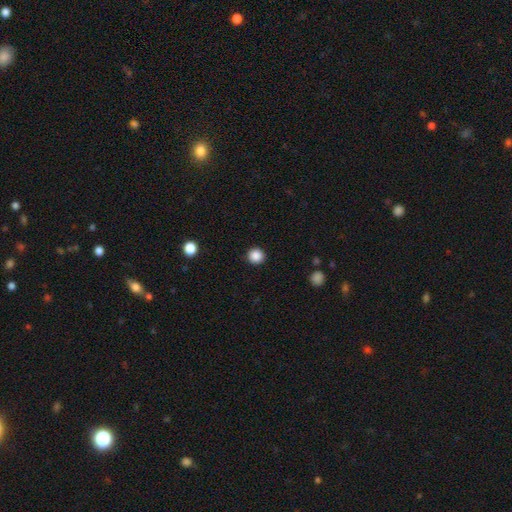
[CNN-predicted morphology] A smooth galaxy with no disk features (87%) that is round (95%). Merging: none (92%).